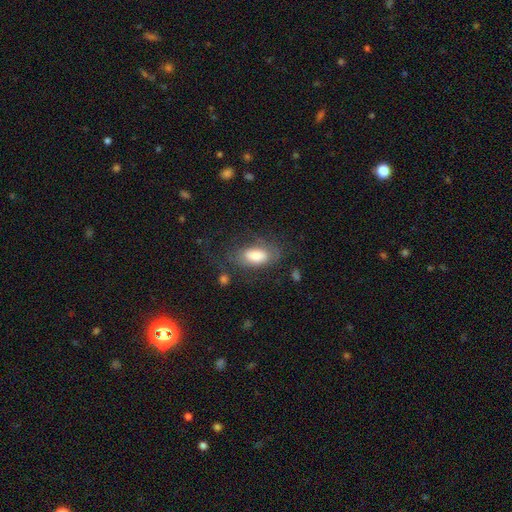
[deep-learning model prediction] The model was most divided on "merging": none: 58%, minor disturbance: 22%, major disturbance: 18%, merger: 3%. More confident: how rounded — in between (90%); smooth or featured — smooth (67%).